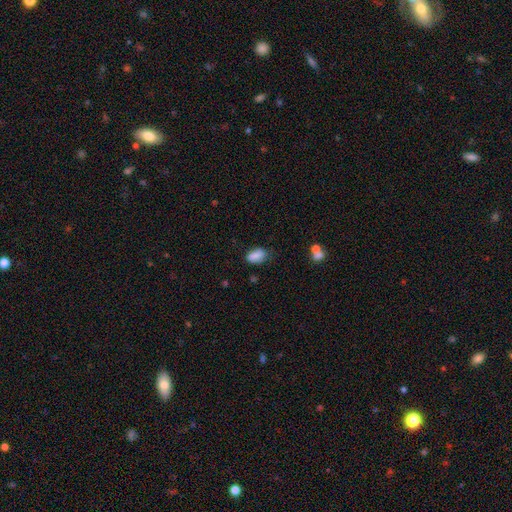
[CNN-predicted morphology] A smooth galaxy with no disk features (80%) that is in between round and cigar-shaped (88%). Merging: none (59%).